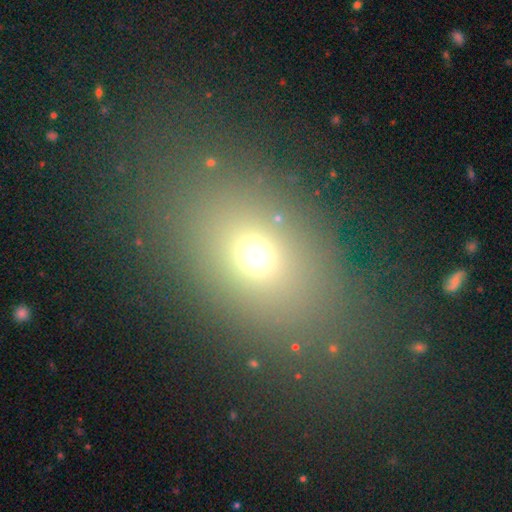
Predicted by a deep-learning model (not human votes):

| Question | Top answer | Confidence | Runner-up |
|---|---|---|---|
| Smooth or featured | smooth | 67% | star or artifact (19%) |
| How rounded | in between | 69% | round (28%) |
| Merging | none | 78% | minor disturbance (11%) |